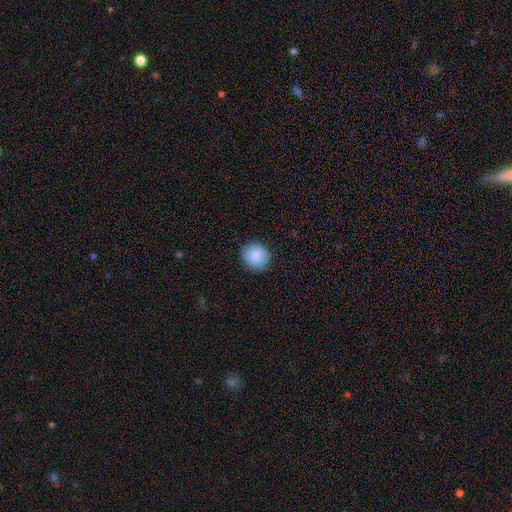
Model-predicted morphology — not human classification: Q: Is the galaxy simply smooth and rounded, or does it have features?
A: smooth — 76%.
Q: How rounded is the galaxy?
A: round — 81%.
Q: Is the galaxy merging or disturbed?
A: none — 83%.